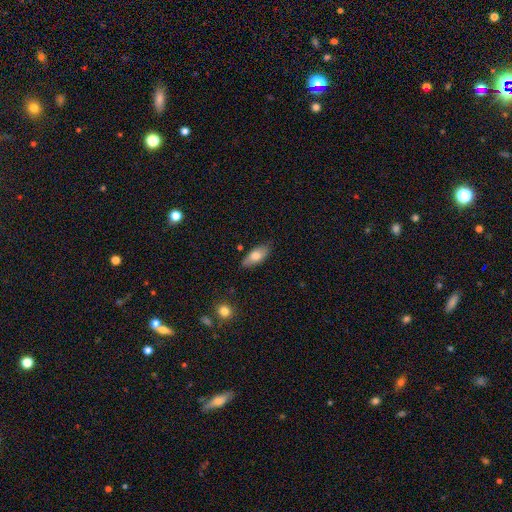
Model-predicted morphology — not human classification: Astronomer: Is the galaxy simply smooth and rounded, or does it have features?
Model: smooth — 75%.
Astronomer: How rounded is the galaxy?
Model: in between — 85%.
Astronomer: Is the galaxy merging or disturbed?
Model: none — 82%.